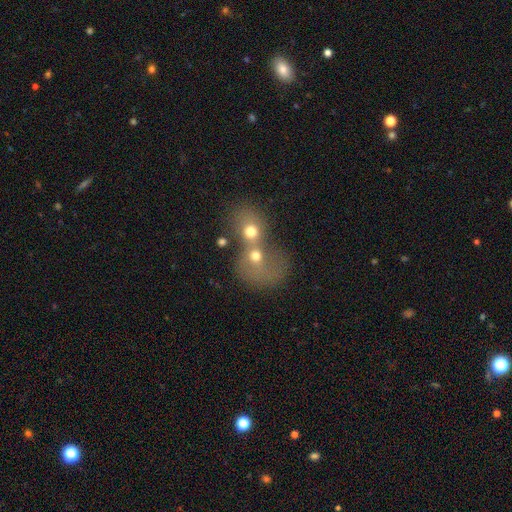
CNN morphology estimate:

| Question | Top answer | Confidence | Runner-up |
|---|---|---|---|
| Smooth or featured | smooth | 61% | featured or disk (25%) |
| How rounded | round | 63% | in between (35%) |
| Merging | merger | 76% | none (13%) |